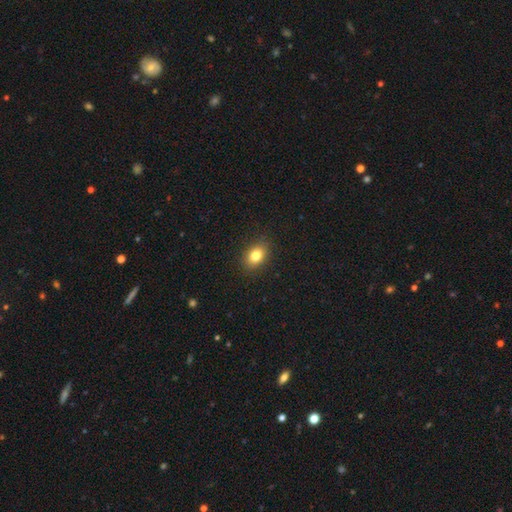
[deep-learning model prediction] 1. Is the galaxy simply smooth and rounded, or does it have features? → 82% smooth, 10% star or artifact, 8% featured or disk.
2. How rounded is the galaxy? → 74% in between, 24% round, 1% cigar-shaped.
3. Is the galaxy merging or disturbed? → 88% none, 9% minor disturbance, 2% major disturbance, 1% merger.